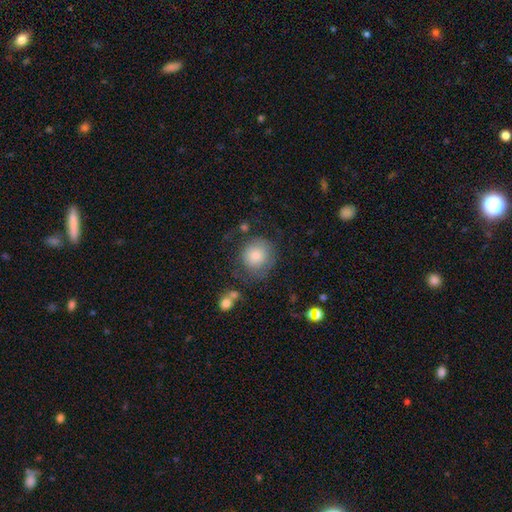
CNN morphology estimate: smooth_or_featured: smooth (p=0.78) [alt: featured or disk p=0.15]
how_rounded: round (p=0.88) [alt: in between p=0.11]
merging: none (p=0.58) [alt: minor disturbance p=0.22]